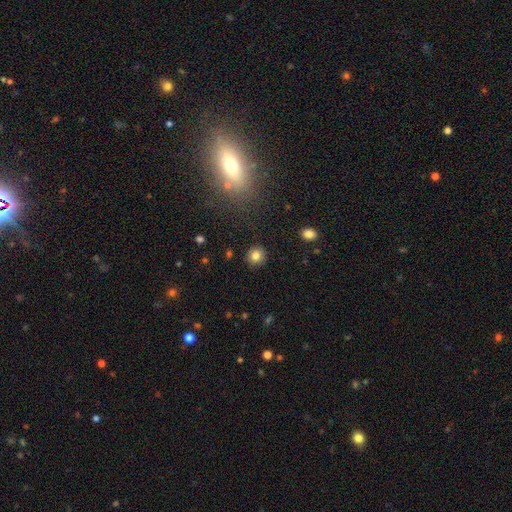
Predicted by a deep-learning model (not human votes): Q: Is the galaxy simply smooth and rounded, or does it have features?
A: smooth — 81%.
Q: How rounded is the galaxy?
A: round — 90%.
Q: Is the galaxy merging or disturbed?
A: none — 91%.